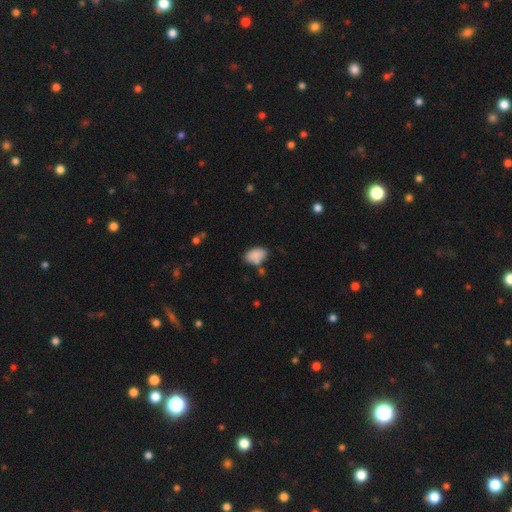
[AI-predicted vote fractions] A smooth galaxy with no disk features (86%) that is in between round and cigar-shaped (90%).

Vote fractions:
- Smooth or featured? smooth: 86% / star or artifact: 8% / featured or disk: 6%
- How rounded? in between: 90% / round: 8% / cigar-shaped: 1%
- Merging? none: 66% / minor disturbance: 19% / merger: 10% / major disturbance: 5%